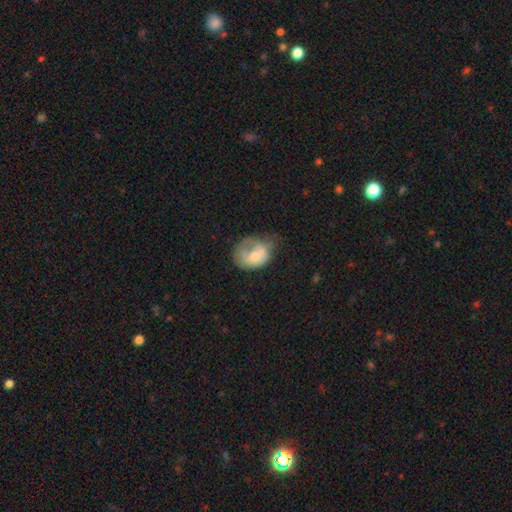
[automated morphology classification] This appears to be a smooth galaxy with no disk features (49%). Merging: major disturbance (33%).